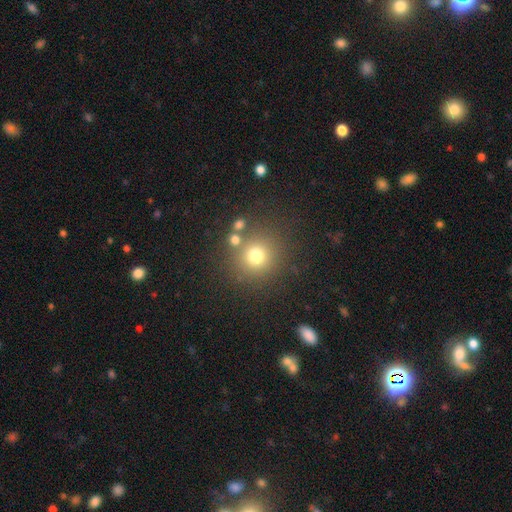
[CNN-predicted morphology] Q: Smooth or featured?
A: smooth (73%); runner-up: star or artifact (17%)
Q: How rounded?
A: round (91%); runner-up: in between (8%)
Q: Merging?
A: none (77%); runner-up: merger (10%)